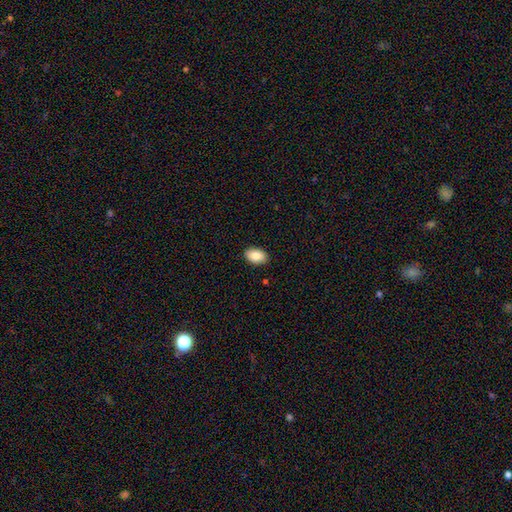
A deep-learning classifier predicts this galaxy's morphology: Smooth or featured? Predicted: smooth (p=0.87). How rounded? Predicted: in between (p=0.91). Merging? Predicted: none (p=0.89).